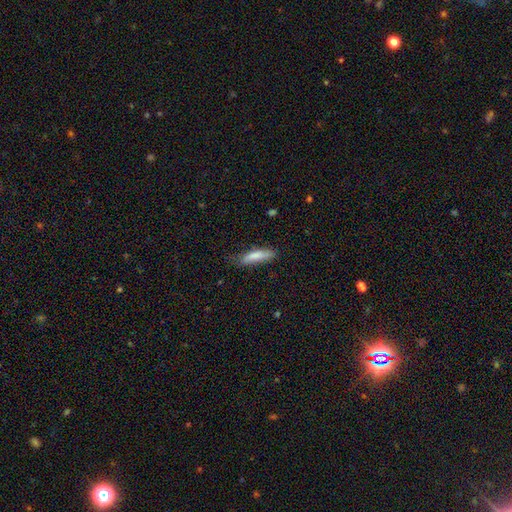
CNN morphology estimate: This appears to be a smooth galaxy with no disk features (79%) that is cigar-shaped (75%). Merging: none (63%).